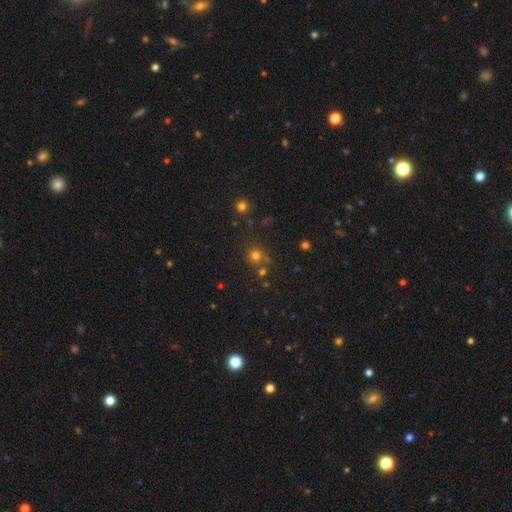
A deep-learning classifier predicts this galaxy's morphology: The model was most divided on "smooth or featured": smooth: 69%, star or artifact: 23%, featured or disk: 8%. More confident: how rounded — round (90%); merging — none (70%).